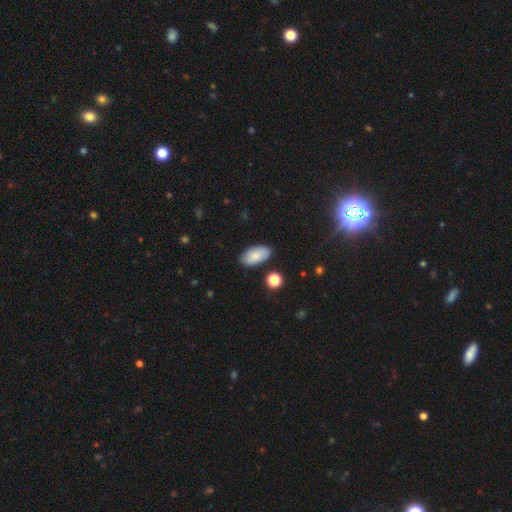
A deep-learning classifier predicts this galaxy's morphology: Smooth or featured?
  - smooth: 79% *
  - featured or disk: 13%
  - star or artifact: 7%
How rounded?
  - in between: 94% *
  - round: 3%
  - cigar-shaped: 3%
Merging?
  - none: 83% *
  - minor disturbance: 12%
  - major disturbance: 3%
  - merger: 3%